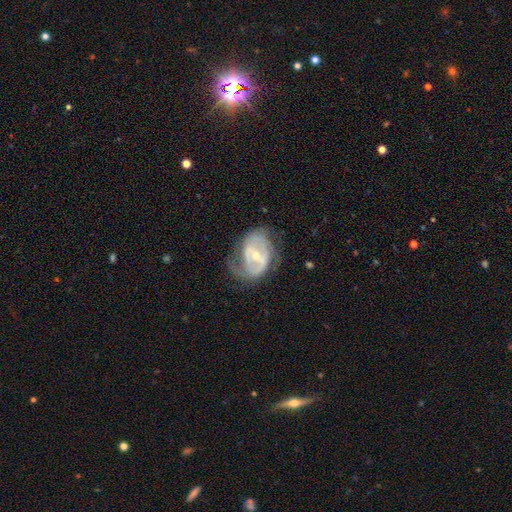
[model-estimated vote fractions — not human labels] A featured or disk galaxy (80%) with a weak bar (46%), 2 (60%) medium (42%) spiral arms (81%) and a small central bulge (50%). Merging: none (52%).